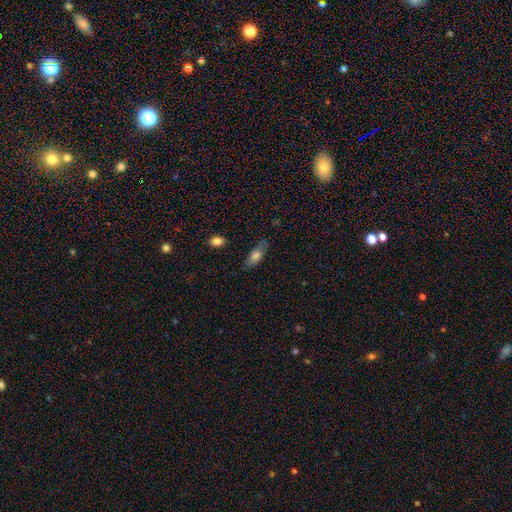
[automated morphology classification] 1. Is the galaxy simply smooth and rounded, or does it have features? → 68% smooth, 24% featured or disk, 8% star or artifact.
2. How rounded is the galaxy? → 70% in between, 26% cigar-shaped, 4% round.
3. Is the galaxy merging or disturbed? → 74% none, 19% minor disturbance, 5% major disturbance, 2% merger.